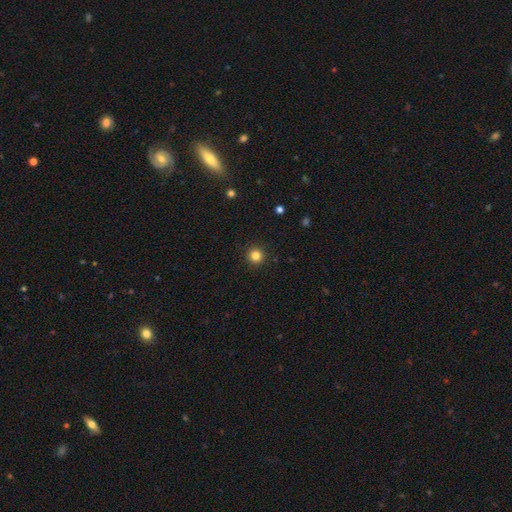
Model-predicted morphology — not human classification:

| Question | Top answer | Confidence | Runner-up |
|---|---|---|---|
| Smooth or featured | smooth | 83% | star or artifact (13%) |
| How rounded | round | 96% | in between (3%) |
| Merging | none | 93% | minor disturbance (5%) |